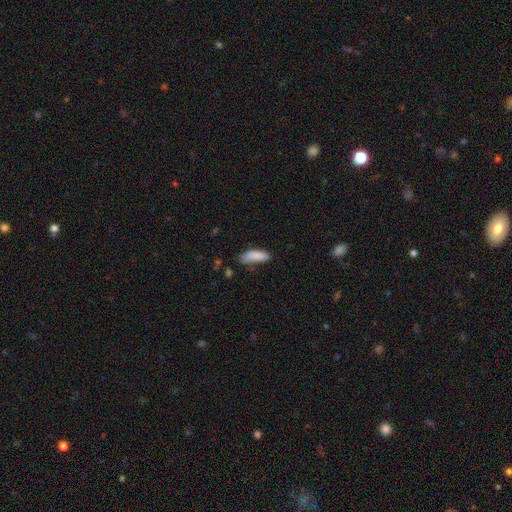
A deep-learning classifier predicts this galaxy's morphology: Smooth or featured?
  - smooth: 86% *
  - star or artifact: 7%
  - featured or disk: 6%
How rounded?
  - in between: 63% *
  - cigar-shaped: 35%
  - round: 2%
Merging?
  - none: 59% *
  - minor disturbance: 30%
  - major disturbance: 7%
  - merger: 3%